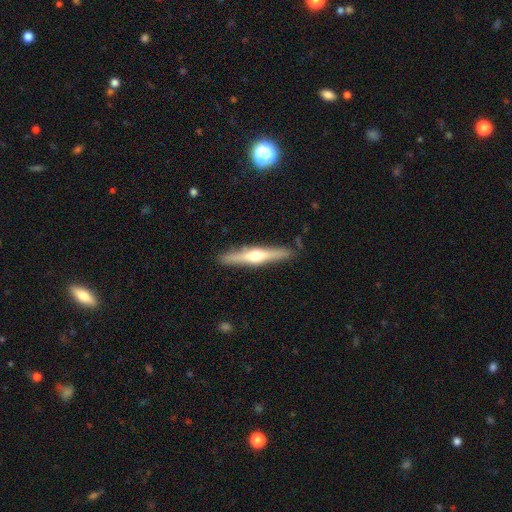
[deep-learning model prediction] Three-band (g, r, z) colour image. It shows a featured or disk galaxy (64%) viewed edge-on (97%) with a rounded central bulge (92%). Merging: none (89%).